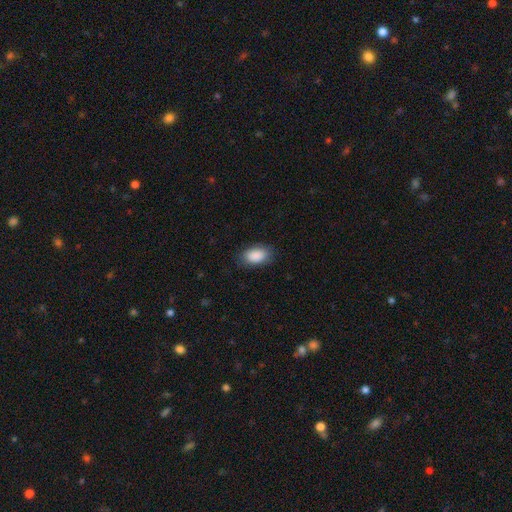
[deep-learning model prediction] The model was most divided on "merging": none: 84%, minor disturbance: 12%, major disturbance: 3%, merger: 1%. More confident: how rounded — in between (93%); smooth or featured — smooth (90%).